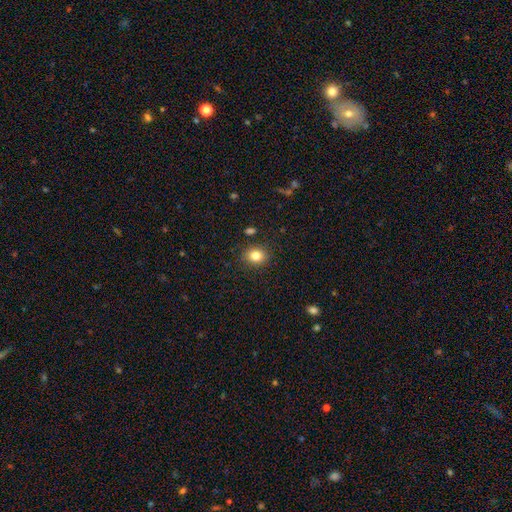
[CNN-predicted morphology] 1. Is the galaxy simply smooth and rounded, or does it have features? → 82% smooth, 11% star or artifact, 7% featured or disk.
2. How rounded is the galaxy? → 64% round, 35% in between, 1% cigar-shaped.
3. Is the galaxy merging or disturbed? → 87% none, 8% minor disturbance, 2% major disturbance, 2% merger.